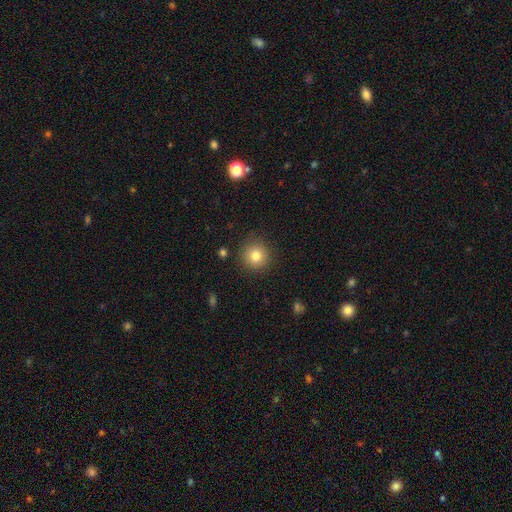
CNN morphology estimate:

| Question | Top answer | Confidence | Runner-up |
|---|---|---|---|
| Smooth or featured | smooth | 81% | star or artifact (11%) |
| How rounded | round | 93% | in between (6%) |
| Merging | none | 88% | minor disturbance (8%) |